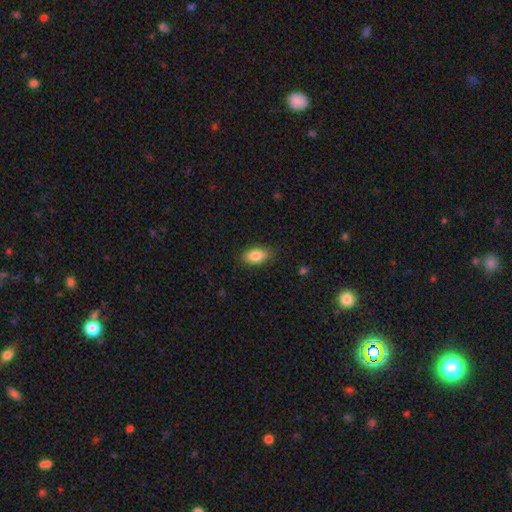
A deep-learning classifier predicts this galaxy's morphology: smooth 84%, featured or disk 8%, star or artifact 8%. Down the decision tree: how rounded — in between (90%); merging — none (85%).